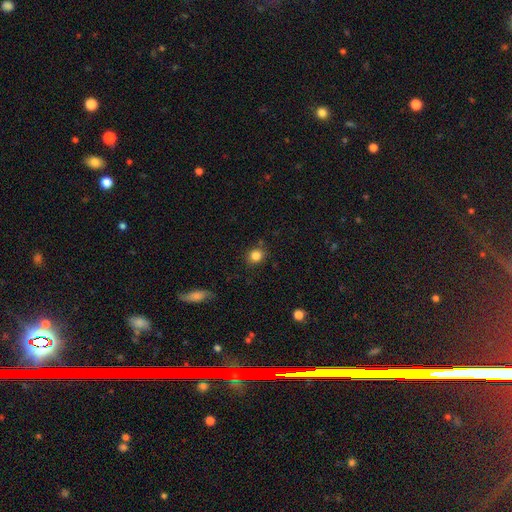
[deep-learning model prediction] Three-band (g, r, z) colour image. It shows a smooth galaxy with no disk features (84%) that is round (82%). Merging: none (84%).